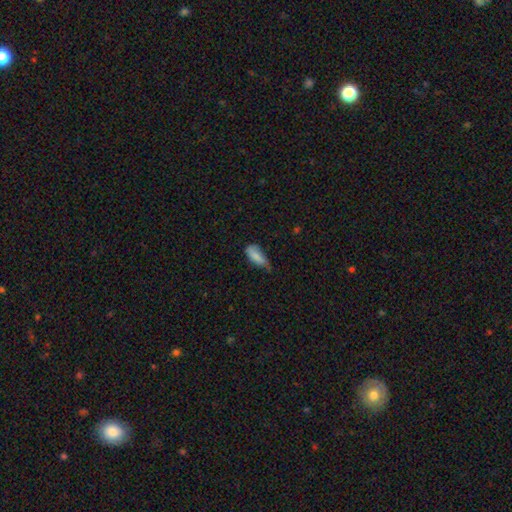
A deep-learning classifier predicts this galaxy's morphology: Q: Smooth or featured?
A: smooth (83%); runner-up: featured or disk (10%)
Q: How rounded?
A: in between (77%); runner-up: cigar-shaped (22%)
Q: Merging?
A: minor disturbance (48%); runner-up: none (38%)